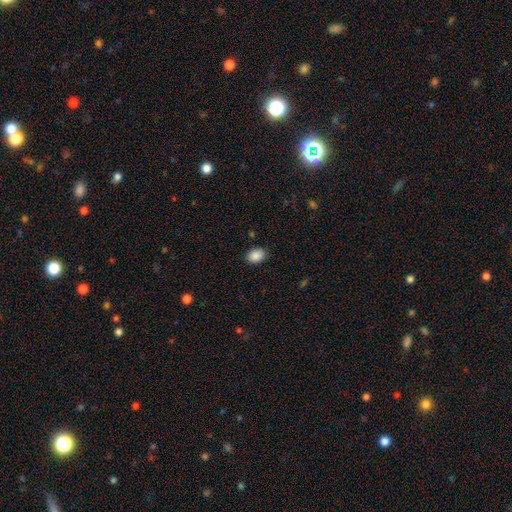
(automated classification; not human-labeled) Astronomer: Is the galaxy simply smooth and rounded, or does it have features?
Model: smooth — 89%.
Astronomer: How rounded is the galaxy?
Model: in between — 75%.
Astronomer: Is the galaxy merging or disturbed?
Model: none — 87%.